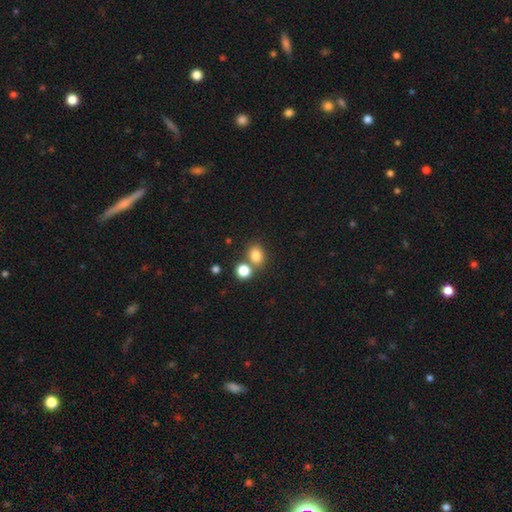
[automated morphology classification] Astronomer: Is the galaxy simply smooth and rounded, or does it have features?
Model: smooth — 81%.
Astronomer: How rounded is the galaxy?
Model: round — 52% (runner-up: in between, 47%).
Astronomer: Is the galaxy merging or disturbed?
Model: none — 60%.